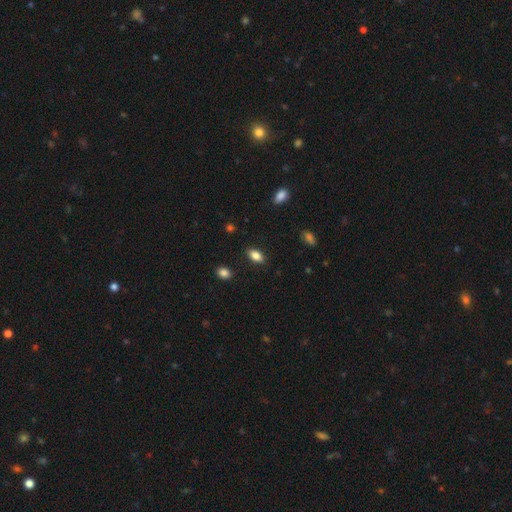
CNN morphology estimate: A smooth galaxy with no disk features (83%) that is in between round and cigar-shaped (89%).

Vote fractions:
- Smooth or featured? smooth: 83% / featured or disk: 8% / star or artifact: 8%
- How rounded? in between: 89% / round: 6% / cigar-shaped: 5%
- Merging? none: 87% / minor disturbance: 10% / major disturbance: 2% / merger: 1%